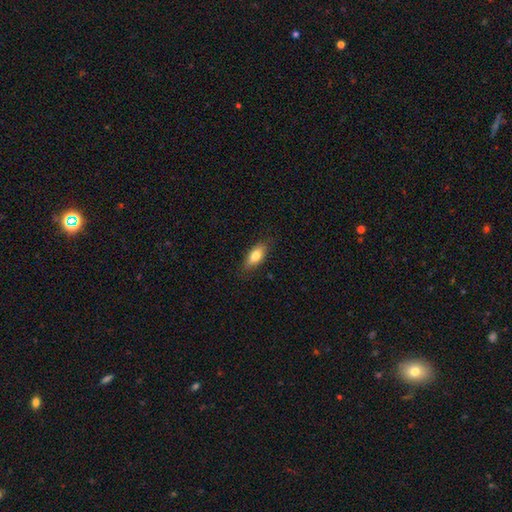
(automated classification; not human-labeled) smooth 76%, featured or disk 17%, star or artifact 7%. Down the decision tree: how rounded — in between (82%); merging — none (84%).